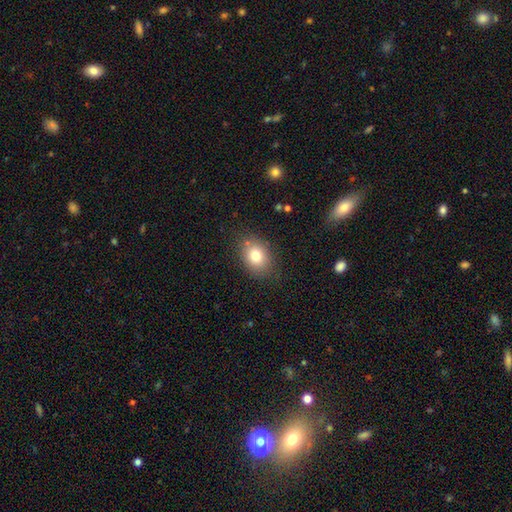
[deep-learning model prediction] This appears to be a smooth galaxy with no disk features (78%) that is in between round and cigar-shaped (61%). Merging: none (80%).